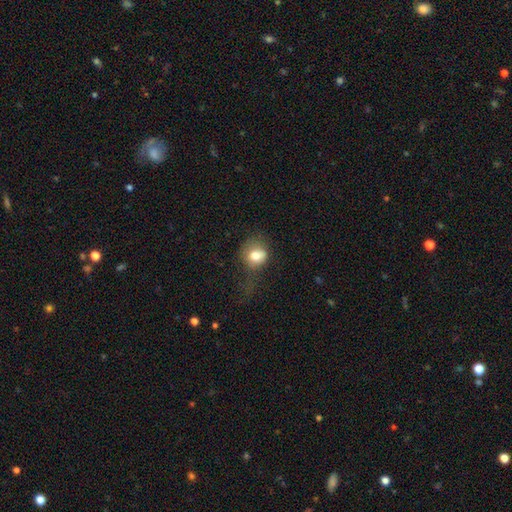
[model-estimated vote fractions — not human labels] Smooth or featured? smooth (76%)
How rounded? round (64%)
Merging? none (39%)